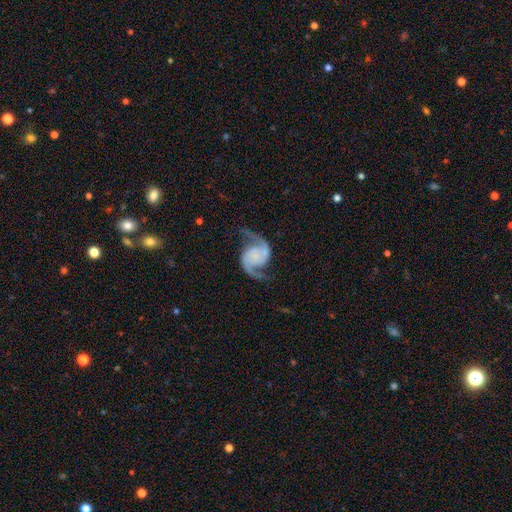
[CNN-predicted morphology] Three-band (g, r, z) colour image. It shows a featured or disk galaxy (93%) with no bar (66%), 2 (95%) loose (47%) spiral arms (98%) and no central bulge (49%). Merging: none (80%).